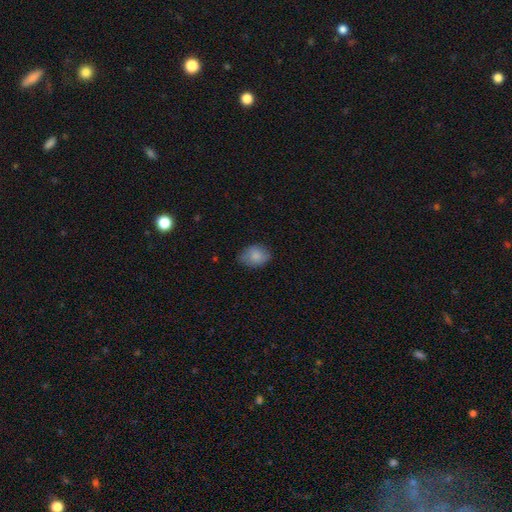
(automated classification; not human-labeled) smooth 84%, featured or disk 9%, star or artifact 7%. Down the decision tree: how rounded — in between (68%); merging — none (73%).